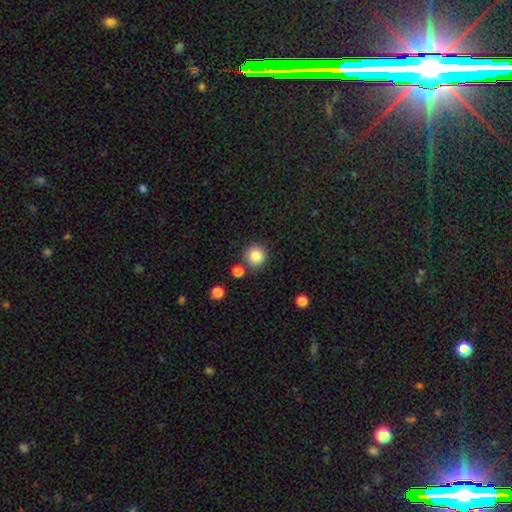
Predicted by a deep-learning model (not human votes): smooth_or_featured: smooth (p=0.84) [alt: star or artifact p=0.11]
how_rounded: round (p=0.94) [alt: in between p=0.05]
merging: none (p=0.84) [alt: minor disturbance p=0.08]